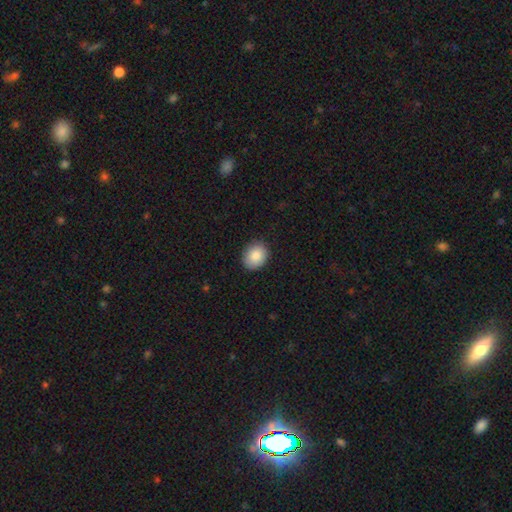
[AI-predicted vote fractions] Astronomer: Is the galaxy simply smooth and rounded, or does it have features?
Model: smooth — 87%.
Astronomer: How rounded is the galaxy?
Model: round — 52% (runner-up: in between, 47%).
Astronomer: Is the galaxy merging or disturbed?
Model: none — 88%.